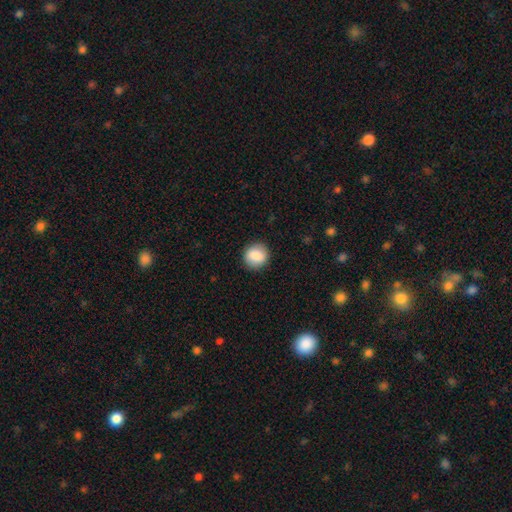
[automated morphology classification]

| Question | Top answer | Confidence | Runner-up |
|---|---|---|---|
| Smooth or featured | smooth | 86% | star or artifact (8%) |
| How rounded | round | 86% | in between (13%) |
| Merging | none | 89% | minor disturbance (8%) |